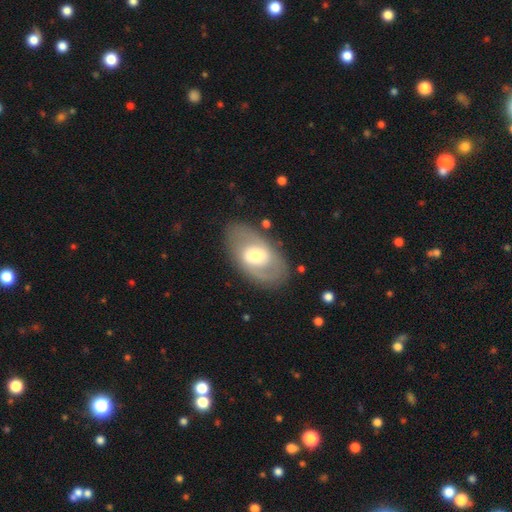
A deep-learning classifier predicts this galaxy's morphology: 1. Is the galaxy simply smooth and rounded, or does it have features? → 59% featured or disk, 35% smooth, 6% star or artifact.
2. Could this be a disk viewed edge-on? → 92% no, 8% yes.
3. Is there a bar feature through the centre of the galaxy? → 45% weak, 32% no, 24% strong.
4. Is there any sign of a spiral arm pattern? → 54% yes, 46% no.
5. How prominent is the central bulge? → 59% moderate, 21% large, 16% small, 2% dominant, 1% none.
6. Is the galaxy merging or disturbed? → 81% none, 12% minor disturbance, 5% major disturbance, 2% merger.